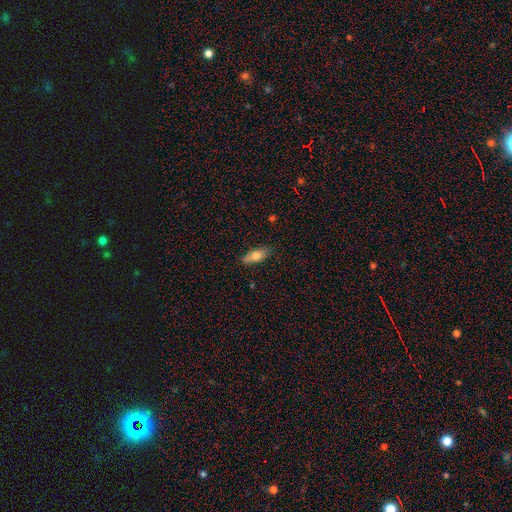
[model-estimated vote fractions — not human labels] This appears to be a smooth galaxy with no disk features (73%) that is in between round and cigar-shaped (76%). Merging: none (79%).